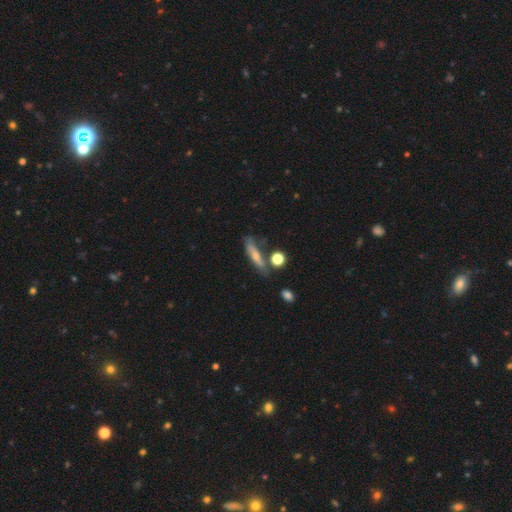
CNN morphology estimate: A smooth galaxy with no disk features (56%) that is cigar-shaped (77%).

Vote fractions:
- Smooth or featured? smooth: 56% / featured or disk: 35% / star or artifact: 9%
- How rounded? cigar-shaped: 77% / in between: 18% / round: 6%
- Merging? none: 61% / minor disturbance: 21% / merger: 11% / major disturbance: 8%